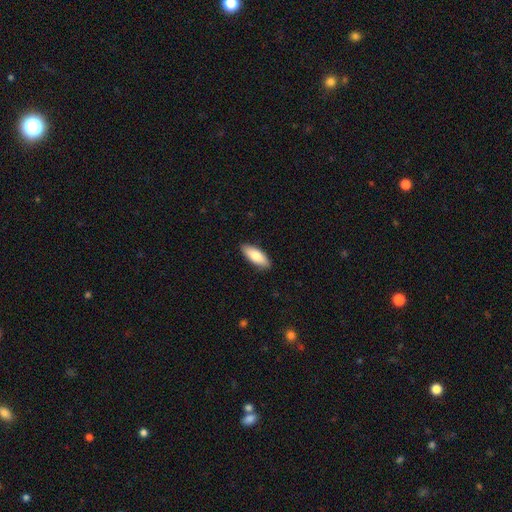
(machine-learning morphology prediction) Smooth or featured: smooth — 81% (featured or disk — 13%)
How rounded: in between — 72% (cigar-shaped — 26%)
Merging: none — 89% (minor disturbance — 8%)